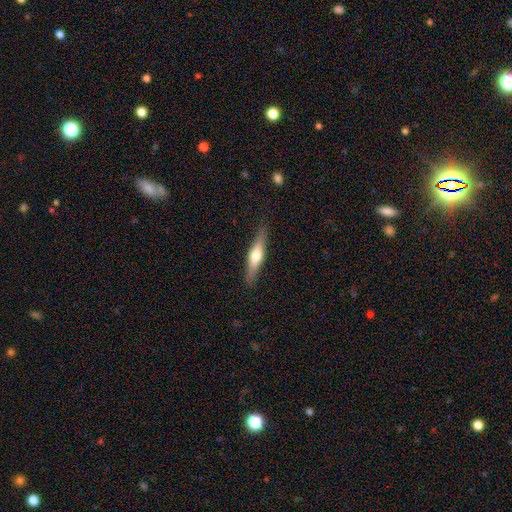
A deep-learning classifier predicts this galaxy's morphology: Smooth or featured? featured or disk (50%)
Edge-on disk? yes (94%)
Merging? none (87%)